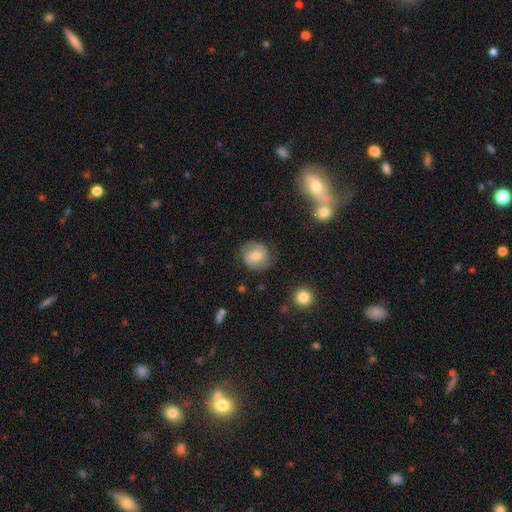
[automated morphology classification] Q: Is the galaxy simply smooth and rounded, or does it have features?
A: smooth — 51%.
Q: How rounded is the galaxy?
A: round — 81%.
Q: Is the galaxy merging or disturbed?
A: none — 79%.